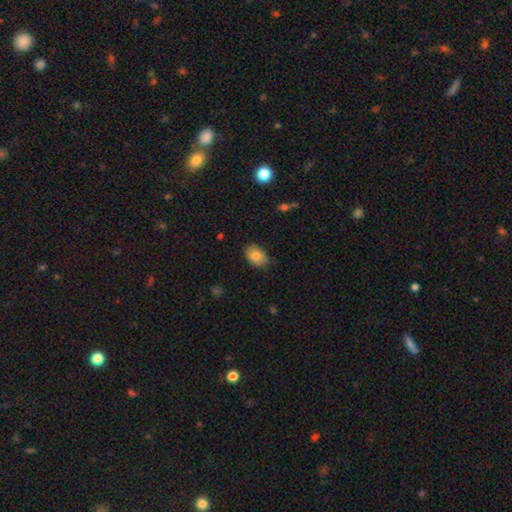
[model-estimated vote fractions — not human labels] Smooth or featured?
  - smooth: 83% *
  - featured or disk: 10%
  - star or artifact: 8%
How rounded?
  - in between: 82% *
  - round: 17%
  - cigar-shaped: 1%
Merging?
  - none: 78% *
  - minor disturbance: 18%
  - major disturbance: 3%
  - merger: 1%